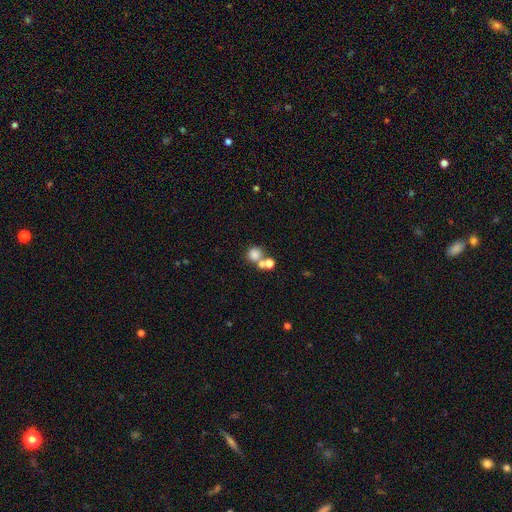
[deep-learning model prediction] Overall: smooth (75%). How rounded: round (86%). Merging: none (45%; merger 42%).